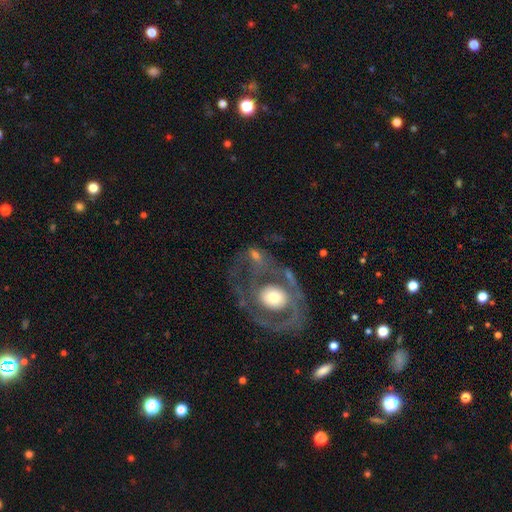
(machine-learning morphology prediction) type=featured or disk (72%); edge-on=no (96%); bar=no (74%); spiral arms=yes (63%); bulge=moderate (57%); merging=none (47%).